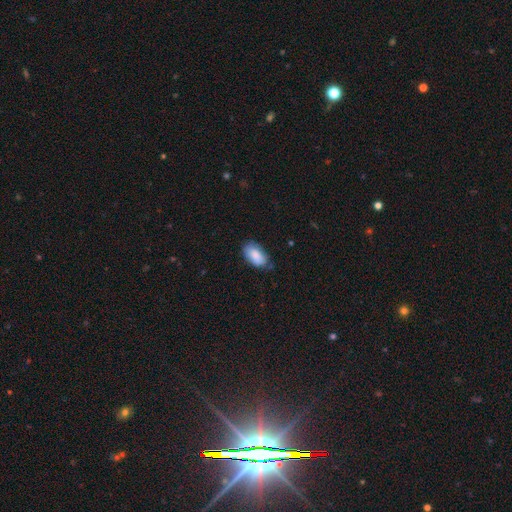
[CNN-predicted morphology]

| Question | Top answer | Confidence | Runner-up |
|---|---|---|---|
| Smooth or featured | smooth | 86% | featured or disk (8%) |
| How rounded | in between | 94% | round (4%) |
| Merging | none | 67% | minor disturbance (27%) |